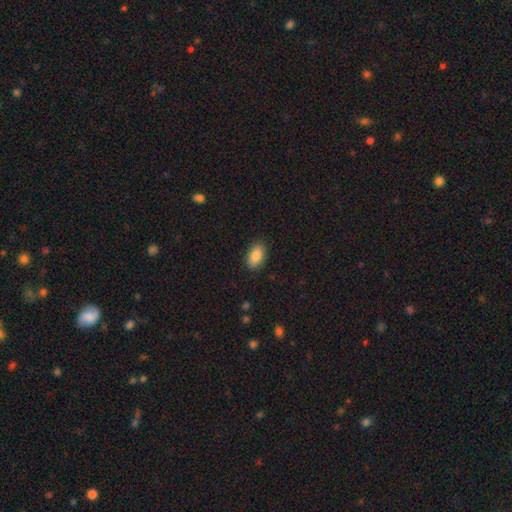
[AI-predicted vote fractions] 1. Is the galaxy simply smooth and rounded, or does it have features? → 88% smooth, 7% star or artifact, 5% featured or disk.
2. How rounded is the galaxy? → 93% in between, 4% round, 3% cigar-shaped.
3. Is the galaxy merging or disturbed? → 88% none, 9% minor disturbance, 2% major disturbance, 1% merger.